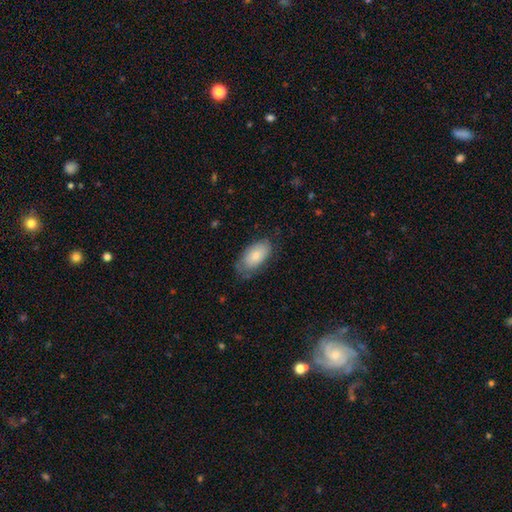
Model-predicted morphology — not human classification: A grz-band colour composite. It shows a smooth galaxy with no disk features (78%) that is in between round and cigar-shaped (94%). Merging: none (66%).